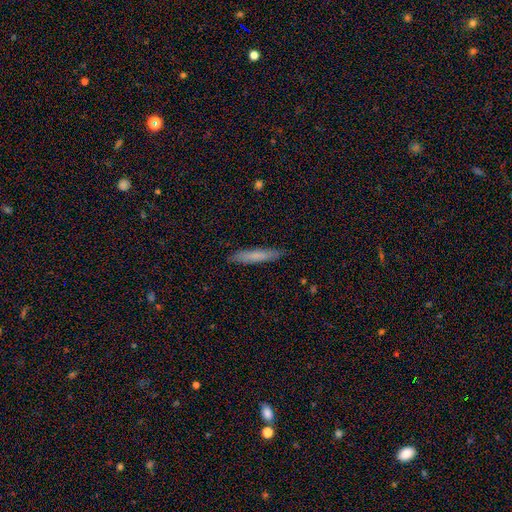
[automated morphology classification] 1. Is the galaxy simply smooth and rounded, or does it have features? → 73% smooth, 22% featured or disk, 6% star or artifact.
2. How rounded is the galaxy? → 92% cigar-shaped, 6% in between, 1% round.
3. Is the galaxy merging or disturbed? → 88% none, 9% minor disturbance, 2% major disturbance, 1% merger.